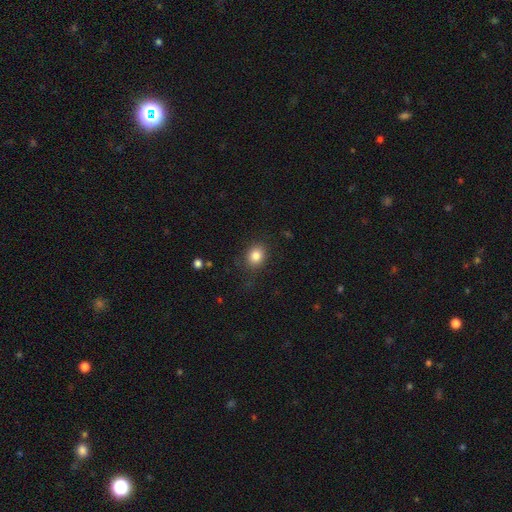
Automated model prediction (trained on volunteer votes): Smooth or featured: smooth — 84% (star or artifact — 10%)
How rounded: round — 58% (in between — 42%)
Merging: none — 82% (minor disturbance — 13%)